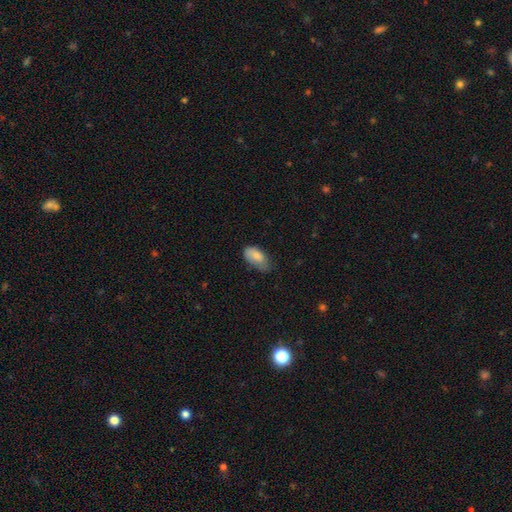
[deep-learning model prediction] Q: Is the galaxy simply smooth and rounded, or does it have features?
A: smooth — 82%.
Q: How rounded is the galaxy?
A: in between — 94%.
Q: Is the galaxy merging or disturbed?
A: none — 51%.